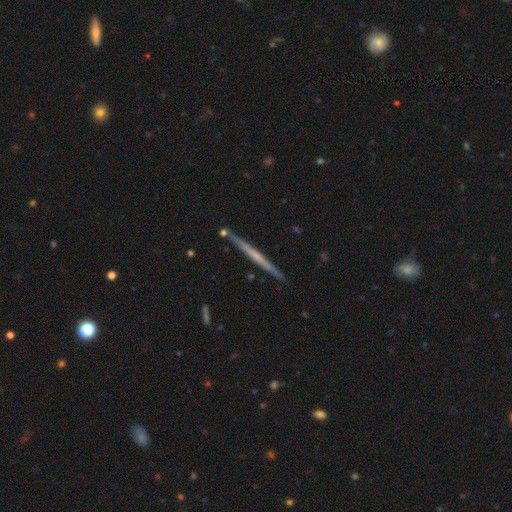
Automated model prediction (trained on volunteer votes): Smooth or featured? Predicted: featured or disk (p=0.64). Edge-on disk? Predicted: yes (p=0.98). Edge-on bulge? Predicted: none (p=0.75). Merging? Predicted: none (p=0.89).